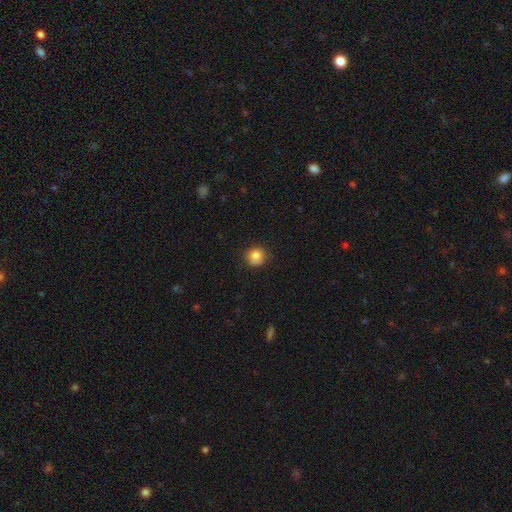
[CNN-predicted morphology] type=smooth (84%); roundness=round (91%); merging=none (84%).